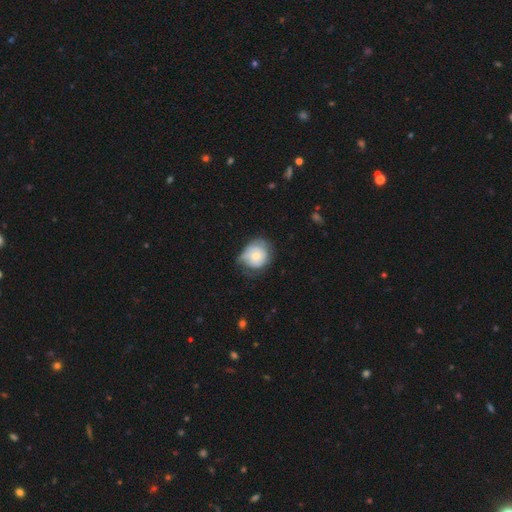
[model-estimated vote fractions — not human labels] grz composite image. It shows a smooth galaxy with no disk features (50%). Merging: none (47%).